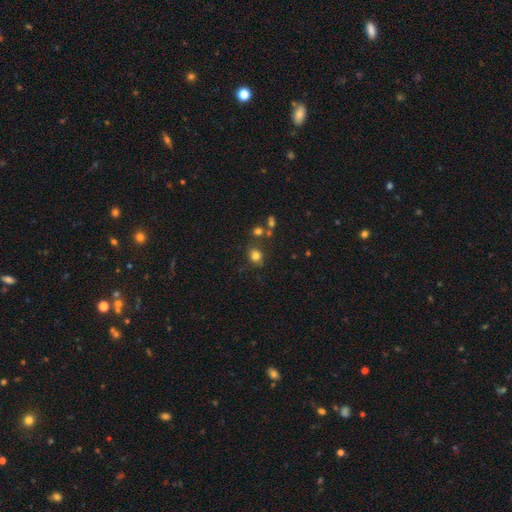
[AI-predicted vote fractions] smooth 80%, star or artifact 13%, featured or disk 7%. Down the decision tree: how rounded — round (59%); merging — none (76%).